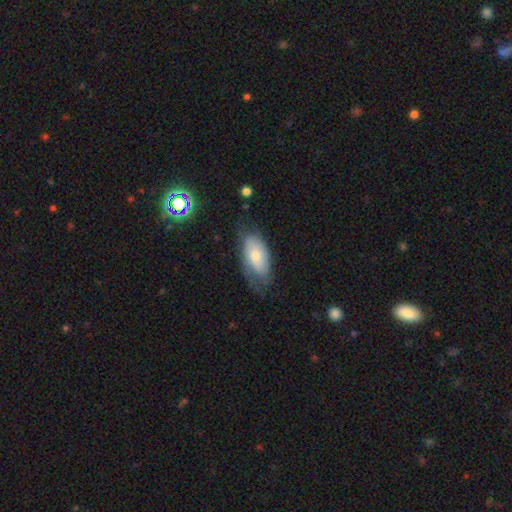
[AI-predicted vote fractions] The model was most divided on "merging": none: 52%, minor disturbance: 31%, major disturbance: 15%, merger: 2%. More confident: how rounded — in between (91%); smooth or featured — smooth (59%).